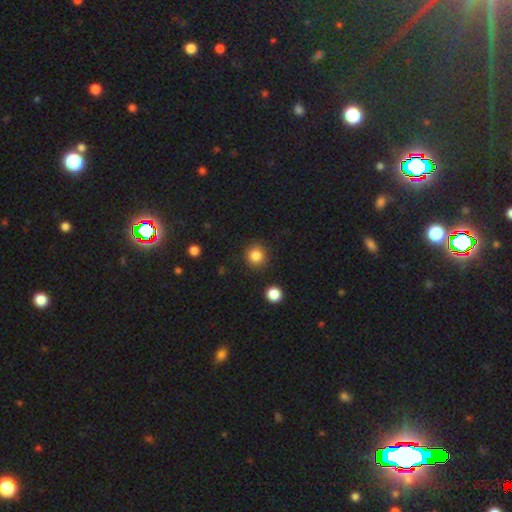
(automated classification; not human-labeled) Morphology: type=smooth (85%); roundness=round (91%); merging=none (89%).